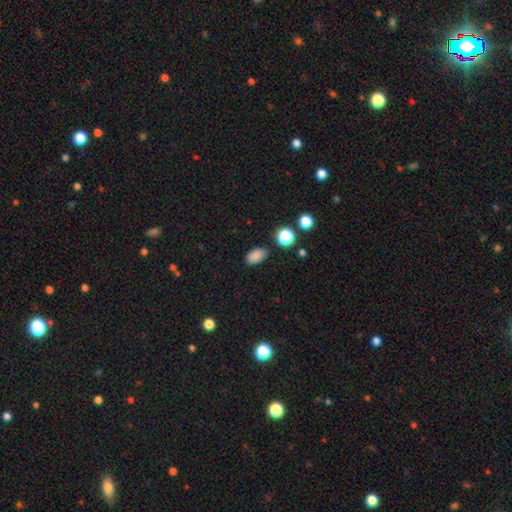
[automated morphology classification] Smooth or featured?
  - smooth: 85% *
  - star or artifact: 11%
  - featured or disk: 4%
How rounded?
  - in between: 90% *
  - round: 9%
  - cigar-shaped: 2%
Merging?
  - none: 83% *
  - minor disturbance: 12%
  - major disturbance: 3%
  - merger: 2%